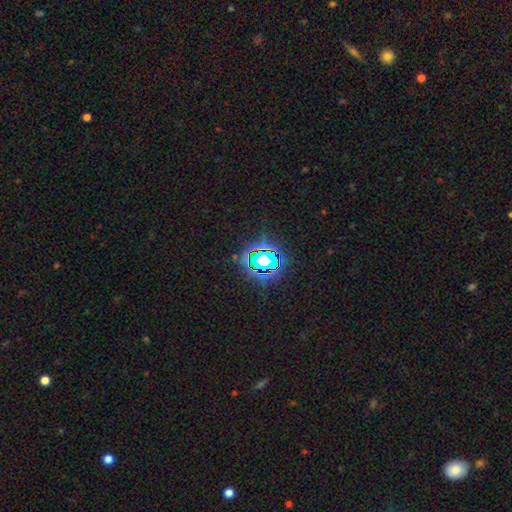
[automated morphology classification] A star or artifact, not a galaxy (75%).